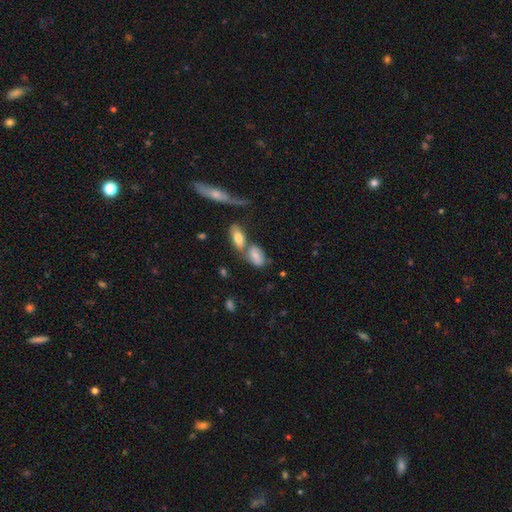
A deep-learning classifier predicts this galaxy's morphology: This appears to be a smooth galaxy with no disk features (66%) that is in between round and cigar-shaped (88%). Merging: merger (42%).